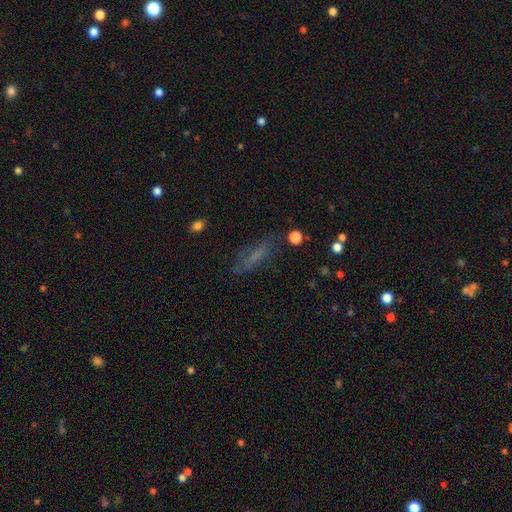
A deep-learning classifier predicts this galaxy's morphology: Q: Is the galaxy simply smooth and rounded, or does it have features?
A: smooth — 51%.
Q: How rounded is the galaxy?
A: cigar-shaped — 69%.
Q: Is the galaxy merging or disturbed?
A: none — 71%.